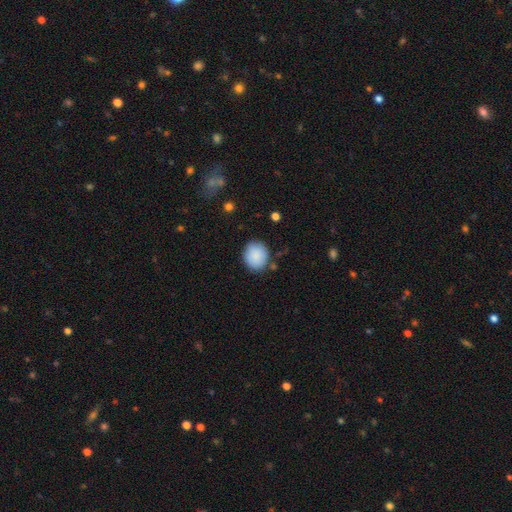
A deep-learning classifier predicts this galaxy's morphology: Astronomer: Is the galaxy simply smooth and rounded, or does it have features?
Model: smooth — 88%.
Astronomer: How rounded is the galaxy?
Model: round — 69%.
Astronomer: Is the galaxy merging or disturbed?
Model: none — 81%.